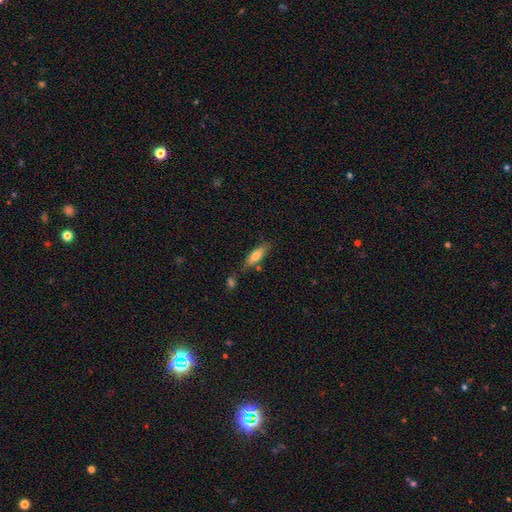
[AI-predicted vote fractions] smooth-or-featured: smooth: 73% | featured or disk: 20% | star or artifact: 7%
  how-rounded: cigar-shaped: 53% | in between: 45% | round: 2%
  merging: none: 64% | minor disturbance: 19% | merger: 12% | major disturbance: 5%